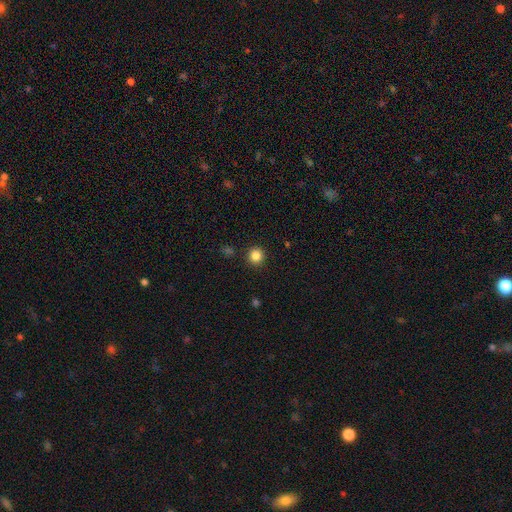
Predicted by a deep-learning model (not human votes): Smooth or featured: smooth — 84% (star or artifact — 12%)
How rounded: round — 95% (in between — 4%)
Merging: none — 91% (minor disturbance — 5%)